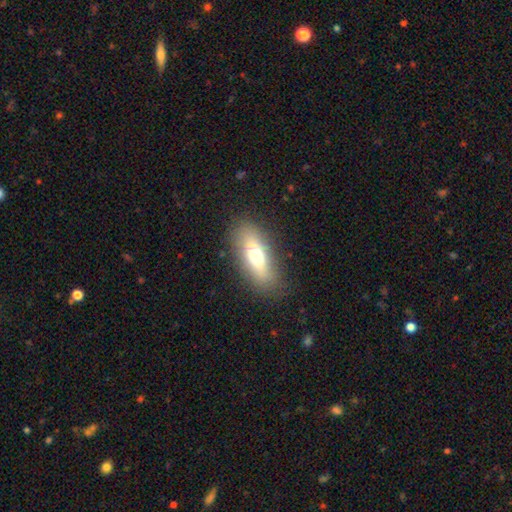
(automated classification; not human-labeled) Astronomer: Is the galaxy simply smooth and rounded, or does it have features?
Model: smooth — 64%.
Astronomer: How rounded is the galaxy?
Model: in between — 68%.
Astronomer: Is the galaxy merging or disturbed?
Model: none — 84%.